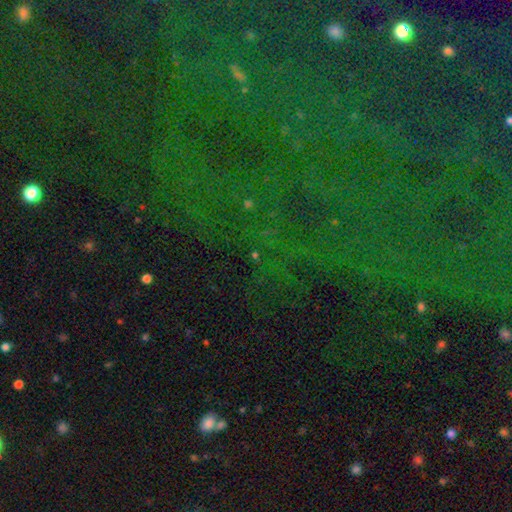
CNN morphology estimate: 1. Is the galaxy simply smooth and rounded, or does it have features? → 79% star or artifact, 13% smooth, 8% featured or disk.